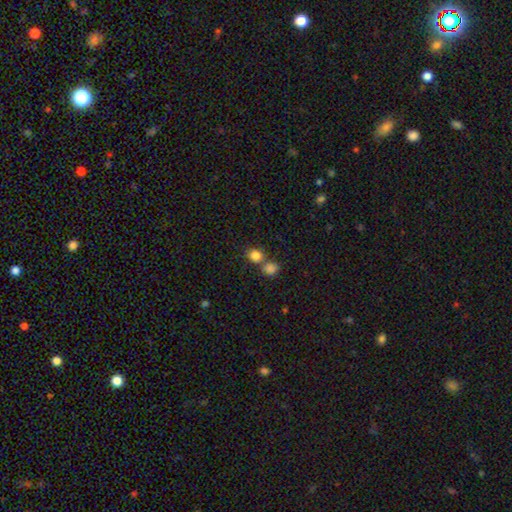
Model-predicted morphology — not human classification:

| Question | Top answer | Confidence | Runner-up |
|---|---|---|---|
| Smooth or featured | smooth | 82% | star or artifact (12%) |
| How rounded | round | 77% | in between (22%) |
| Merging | none | 55% | merger (33%) |